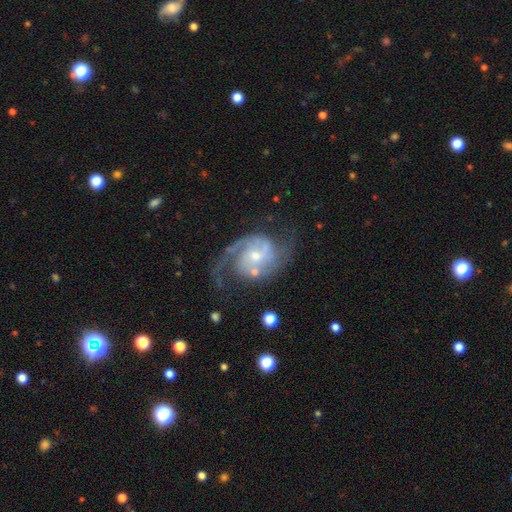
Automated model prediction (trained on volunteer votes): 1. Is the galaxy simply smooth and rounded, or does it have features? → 88% featured or disk, 6% smooth, 5% star or artifact.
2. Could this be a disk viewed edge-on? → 98% no, 2% yes.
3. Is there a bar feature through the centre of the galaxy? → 54% no, 38% weak, 8% strong.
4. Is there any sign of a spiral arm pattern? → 96% yes, 4% no.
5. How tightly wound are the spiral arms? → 53% medium, 24% tight, 23% loose.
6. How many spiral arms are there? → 79% 2, 7% 1, 6% can't tell, 4% 3, 2% 4, 2% more than 4.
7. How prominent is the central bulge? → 50% small, 44% moderate, 3% none, 3% large, 1% dominant.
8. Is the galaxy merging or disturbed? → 58% none, 19% minor disturbance, 16% major disturbance, 7% merger.